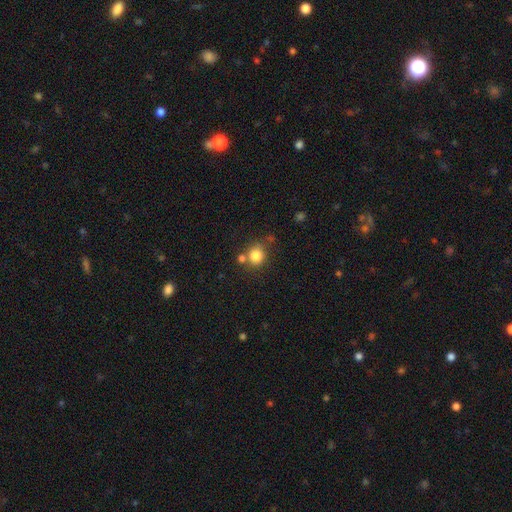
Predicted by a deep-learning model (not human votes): Smooth or featured? Predicted: smooth (p=0.82). How rounded? Predicted: round (p=0.83). Merging? Predicted: none (p=0.64).